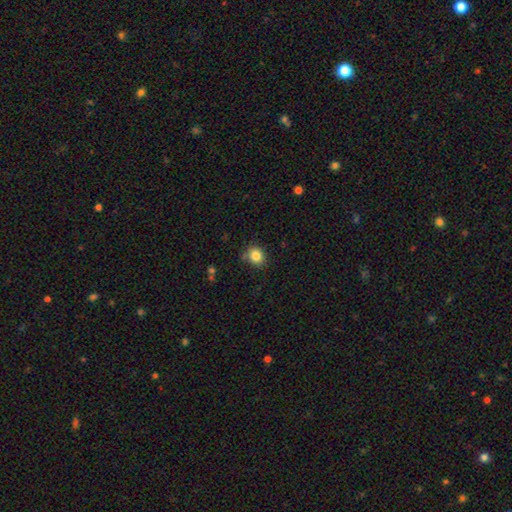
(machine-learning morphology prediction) Smooth or featured: smooth — 84% (star or artifact — 11%)
How rounded: round — 74% (in between — 25%)
Merging: none — 77% (minor disturbance — 16%)